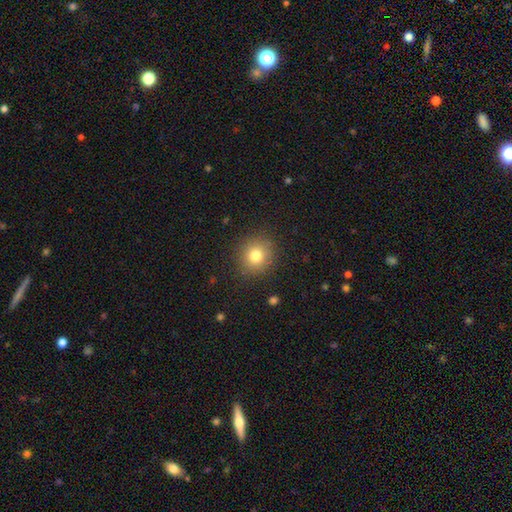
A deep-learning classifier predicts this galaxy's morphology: Q: Smooth or featured?
A: smooth (79%); runner-up: star or artifact (12%)
Q: How rounded?
A: round (90%); runner-up: in between (9%)
Q: Merging?
A: none (89%); runner-up: minor disturbance (7%)